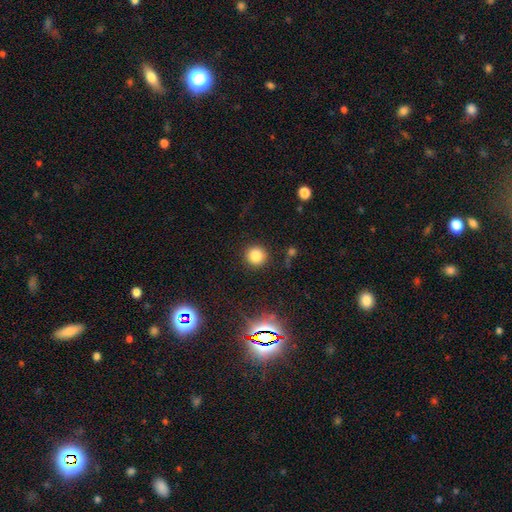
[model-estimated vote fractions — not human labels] Smooth or featured: smooth — 81% (star or artifact — 14%)
How rounded: round — 93% (in between — 6%)
Merging: none — 89% (minor disturbance — 7%)